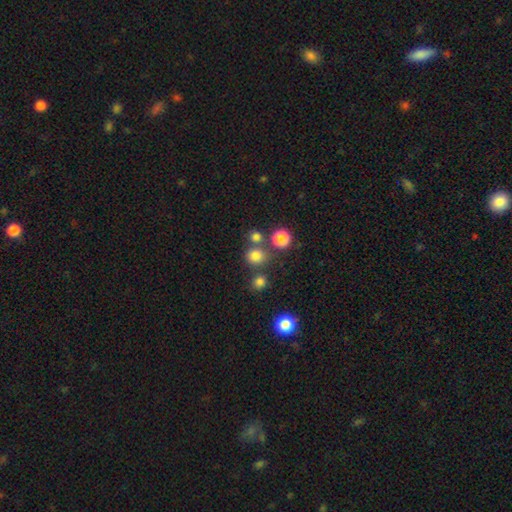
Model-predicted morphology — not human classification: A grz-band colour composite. It shows a smooth galaxy with no disk features (76%) that is round (85%). Merging: none (71%).